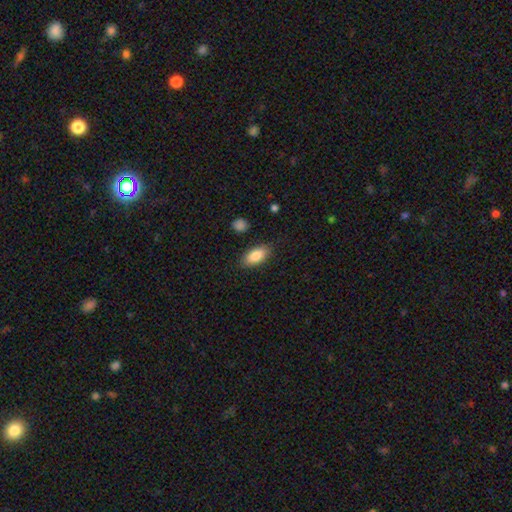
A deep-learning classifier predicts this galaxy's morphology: The model was most divided on "merging": none: 84%, minor disturbance: 11%, major disturbance: 3%, merger: 2%. More confident: how rounded — in between (90%); smooth or featured — smooth (85%).